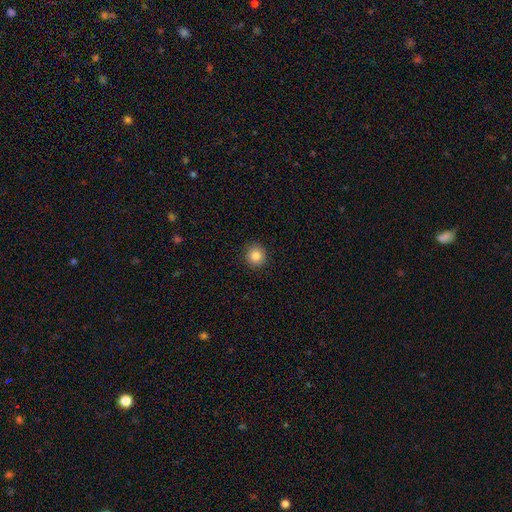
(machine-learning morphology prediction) Q: Smooth or featured?
A: smooth (85%); runner-up: star or artifact (10%)
Q: How rounded?
A: round (93%); runner-up: in between (6%)
Q: Merging?
A: none (91%); runner-up: minor disturbance (6%)